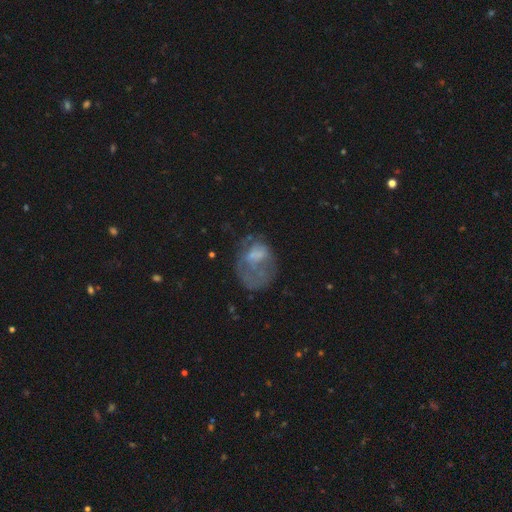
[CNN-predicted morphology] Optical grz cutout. It shows a featured or disk galaxy (47%). Merging: major disturbance (44%).